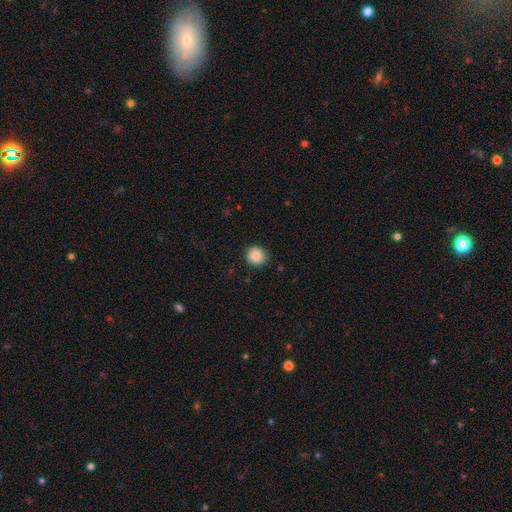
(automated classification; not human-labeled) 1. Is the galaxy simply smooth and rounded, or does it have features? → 86% smooth, 9% star or artifact, 6% featured or disk.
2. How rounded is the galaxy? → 87% round, 12% in between, 1% cigar-shaped.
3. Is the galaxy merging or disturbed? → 85% none, 11% minor disturbance, 2% major disturbance, 1% merger.